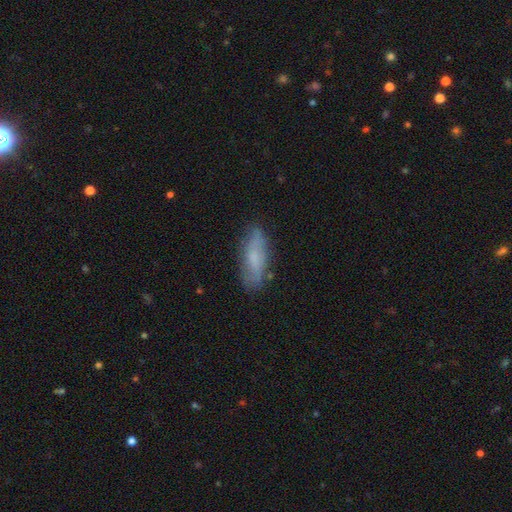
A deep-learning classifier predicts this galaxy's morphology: Smooth or featured? smooth (60%)
How rounded? in between (59%)
Merging? none (76%)